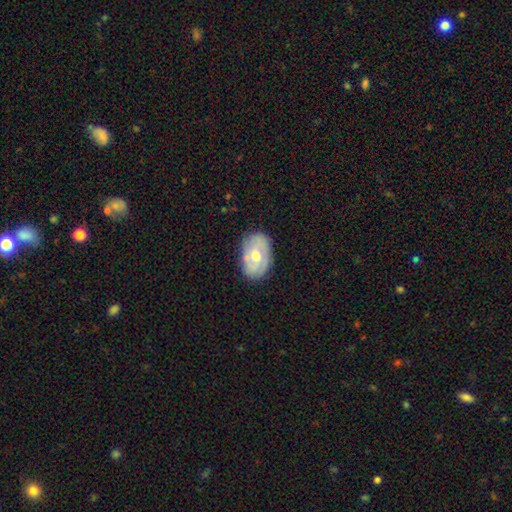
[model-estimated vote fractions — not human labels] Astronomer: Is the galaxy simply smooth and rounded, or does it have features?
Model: featured or disk — 53% (runner-up: smooth, 40%).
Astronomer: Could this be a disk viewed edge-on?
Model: no — 94%.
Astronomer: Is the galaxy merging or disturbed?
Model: none — 77%.